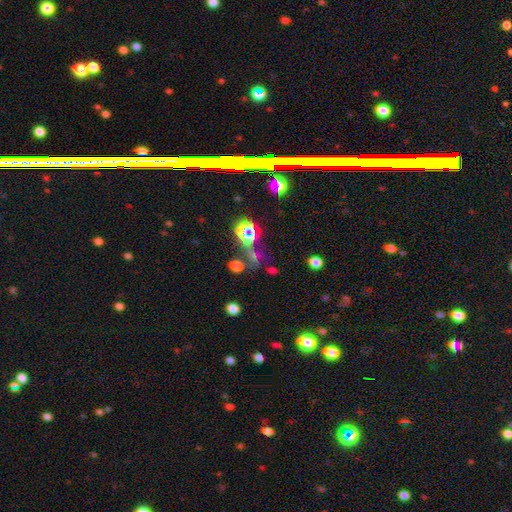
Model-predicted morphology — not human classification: Smooth or featured?
  - smooth: 47% *
  - star or artifact: 42%
  - featured or disk: 11%
Merging?
  - none: 58% *
  - merger: 17%
  - minor disturbance: 14%
  - major disturbance: 12%